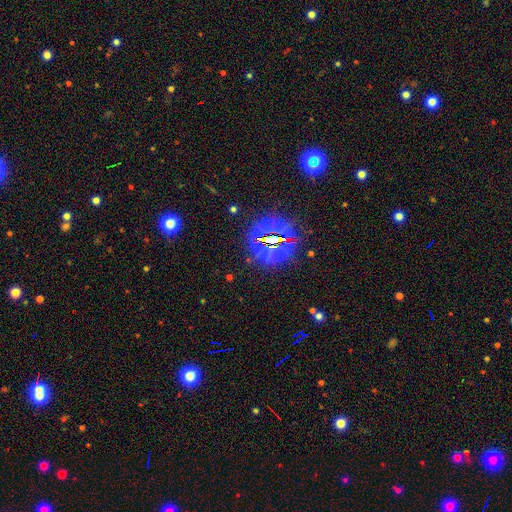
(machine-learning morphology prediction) smooth_or_featured: star or artifact (p=0.82) [alt: smooth p=0.10]